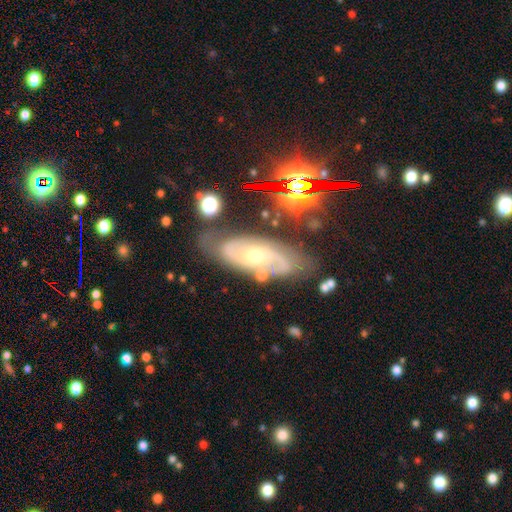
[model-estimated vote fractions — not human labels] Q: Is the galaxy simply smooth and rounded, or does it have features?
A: featured or disk — 77%.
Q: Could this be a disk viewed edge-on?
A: no — 92%.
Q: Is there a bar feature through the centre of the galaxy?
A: no — 57%.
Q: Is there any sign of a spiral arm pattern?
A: yes — 93%.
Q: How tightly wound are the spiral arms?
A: tight — 45%.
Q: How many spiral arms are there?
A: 2 — 72%.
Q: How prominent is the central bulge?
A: moderate — 50%.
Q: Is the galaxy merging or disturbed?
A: none — 72%.